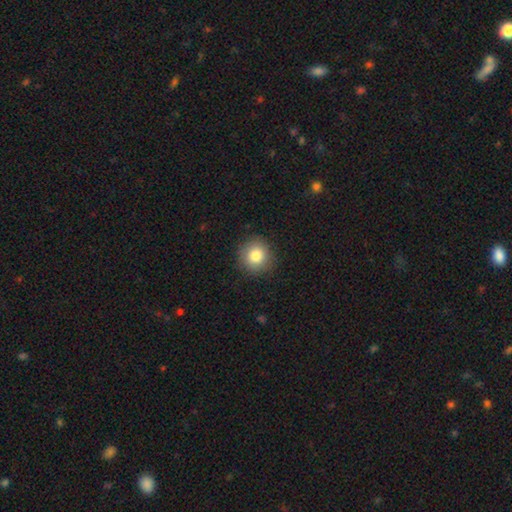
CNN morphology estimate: A smooth galaxy with no disk features (83%) that is round (92%). Merging: none (89%).